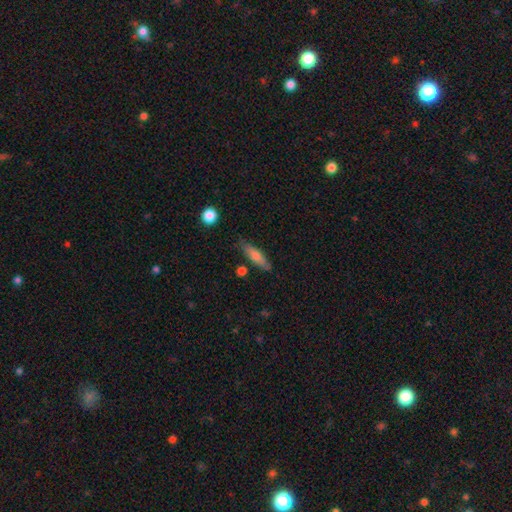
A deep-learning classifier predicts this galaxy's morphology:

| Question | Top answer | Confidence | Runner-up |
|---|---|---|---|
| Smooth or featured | smooth | 65% | featured or disk (28%) |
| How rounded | cigar-shaped | 76% | in between (22%) |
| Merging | none | 81% | minor disturbance (13%) |